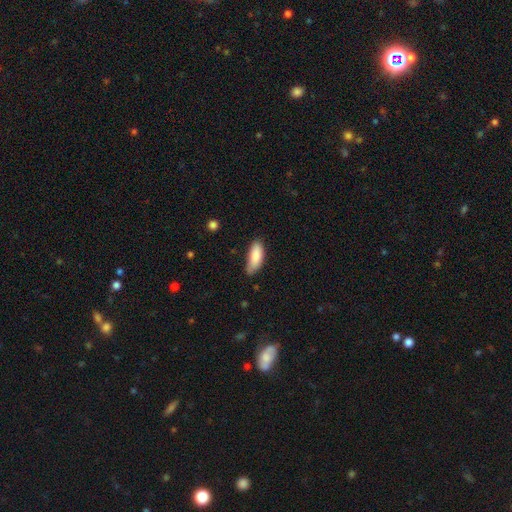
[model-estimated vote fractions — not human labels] Overall: smooth (85%). How rounded: in between (76%). Merging: none (65%; minor disturbance 29%).